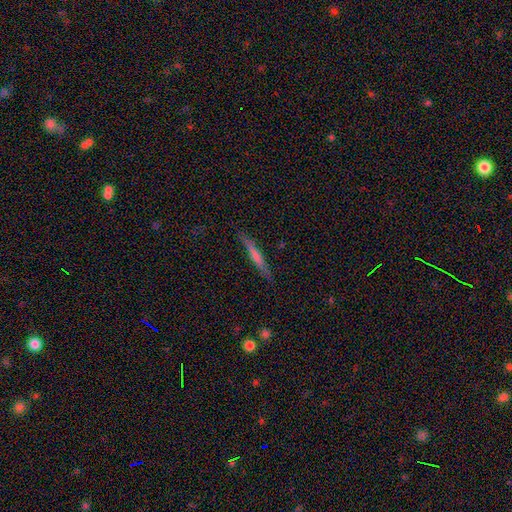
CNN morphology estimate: A featured or disk galaxy (57%) viewed edge-on (96%) with no central bulge (50%).

Vote fractions:
- Smooth or featured? featured or disk: 57% / smooth: 34% / star or artifact: 9%
- Edge-on disk? yes: 96% / no: 4%
- Edge-on bulge? none: 50% / rounded: 38% / boxy: 12%
- Merging? none: 89% / minor disturbance: 8% / major disturbance: 2% / merger: 1%